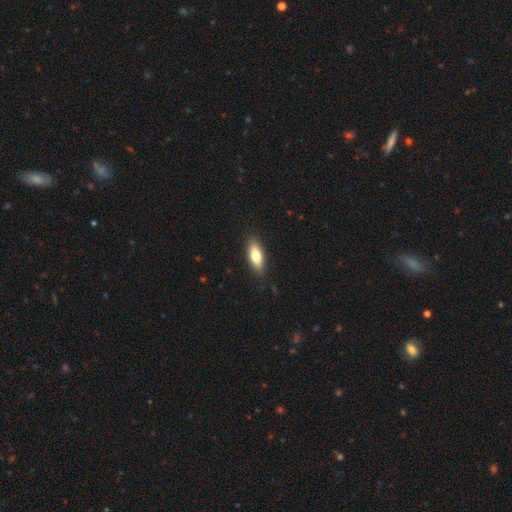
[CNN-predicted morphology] smooth-or-featured: smooth: 74% | featured or disk: 20% | star or artifact: 6%
  how-rounded: in between: 67% | cigar-shaped: 30% | round: 2%
  merging: none: 88% | minor disturbance: 9% | major disturbance: 2% | merger: 1%